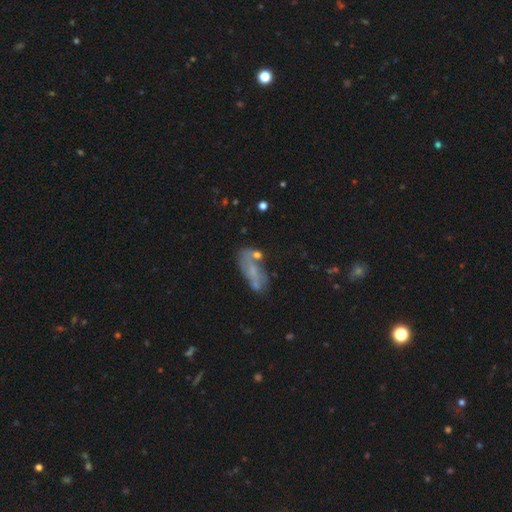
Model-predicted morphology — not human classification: Smooth or featured? smooth (47%)
Merging? none (47%)